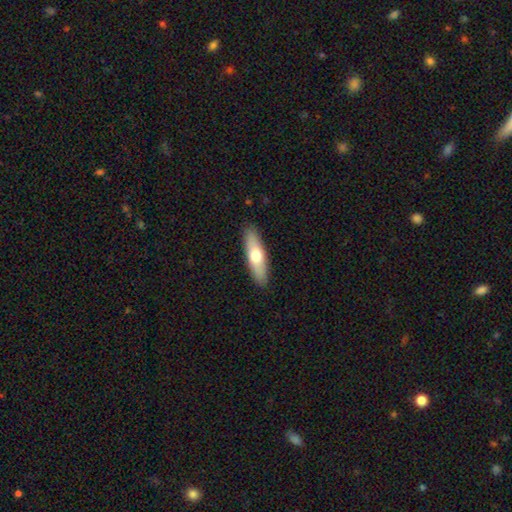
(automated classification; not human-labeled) A smooth galaxy with no disk features (62%) that is cigar-shaped (64%). Merging: none (89%).